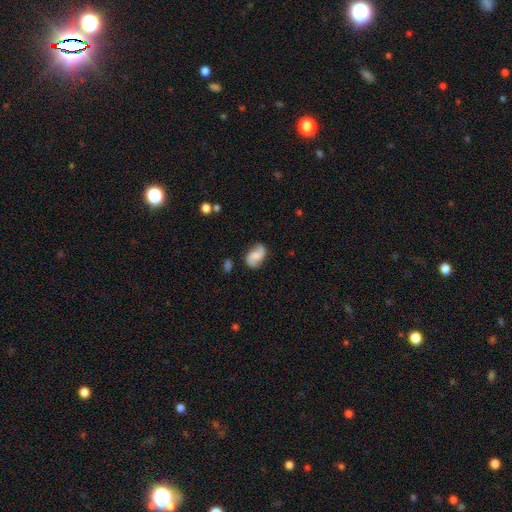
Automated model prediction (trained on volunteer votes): A featured or disk galaxy (53%) with no bar (61%), spiral arms (92%) and a small central bulge (36%, tied with moderate).

Vote fractions:
- Smooth or featured? featured or disk: 53% / smooth: 39% / star or artifact: 8%
- Edge-on disk? no: 97% / yes: 3%
- Bar? no: 61% / weak: 32% / strong: 7%
- Spiral arms? yes: 92% / no: 8%
- Bulge size? small: 36% (tied) / moderate: 36% (tied) / none: 20% / large: 6% / dominant: 2%
- Merging? none: 73% / minor disturbance: 20% / major disturbance: 5% / merger: 2%